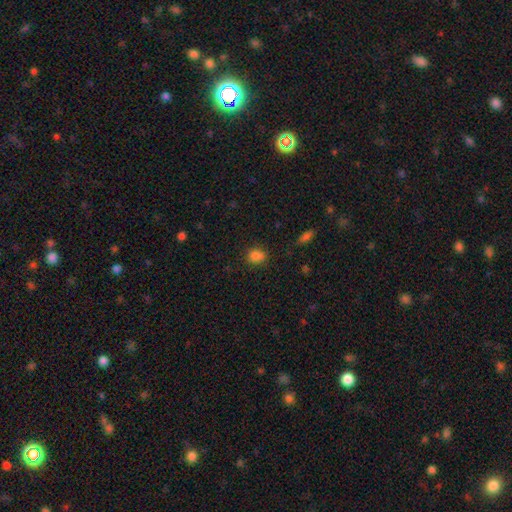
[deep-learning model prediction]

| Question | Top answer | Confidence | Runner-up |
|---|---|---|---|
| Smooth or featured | smooth | 82% | star or artifact (12%) |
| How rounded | round | 52% | in between (46%) |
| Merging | none | 73% | minor disturbance (17%) |